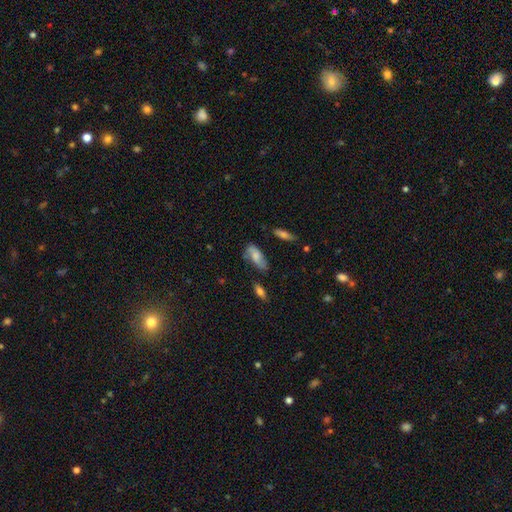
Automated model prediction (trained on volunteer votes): Smooth or featured: smooth — 66% (featured or disk — 26%)
How rounded: in between — 80% (cigar-shaped — 17%)
Merging: none — 57% (minor disturbance — 28%)